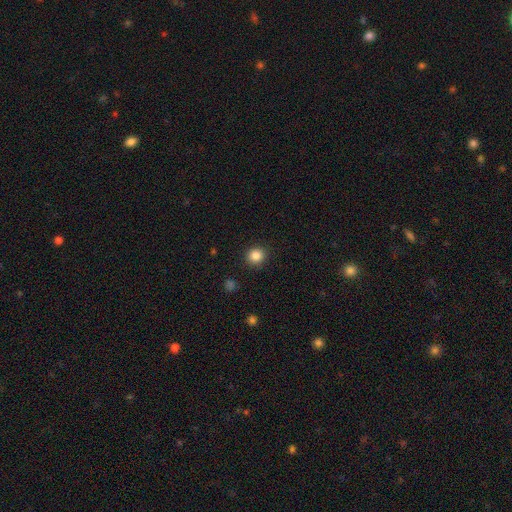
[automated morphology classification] The model was most divided on "smooth or featured": smooth: 85%, star or artifact: 11%, featured or disk: 4%. More confident: merging — none (91%); how rounded — round (89%).